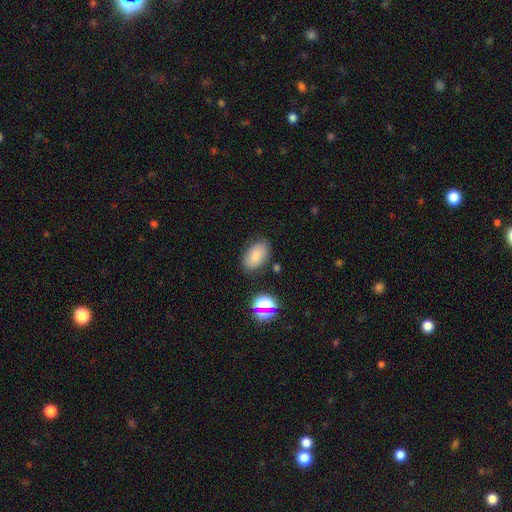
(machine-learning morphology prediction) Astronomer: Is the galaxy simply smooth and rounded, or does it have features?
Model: smooth — 74%.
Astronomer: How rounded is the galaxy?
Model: in between — 88%.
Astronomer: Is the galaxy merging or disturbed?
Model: none — 79%.